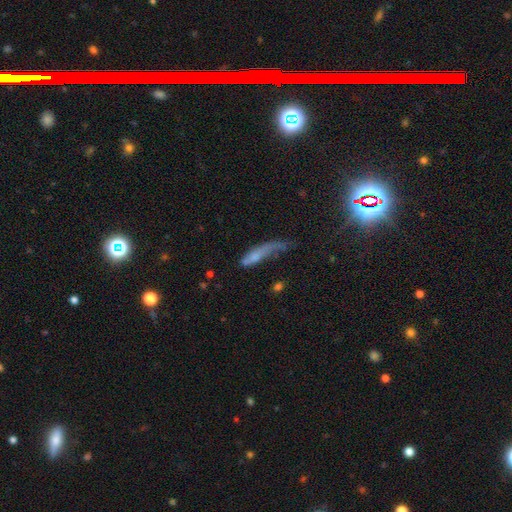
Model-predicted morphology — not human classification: Smooth or featured? smooth (58%)
How rounded? cigar-shaped (70%)
Merging? major disturbance (43%)